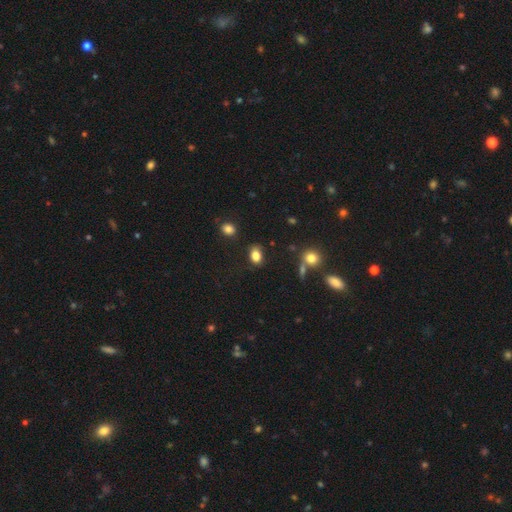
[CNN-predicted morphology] The model was most divided on "how rounded": in between: 79%, round: 19%, cigar-shaped: 2%. More confident: smooth or featured — smooth (83%); merging — none (79%).